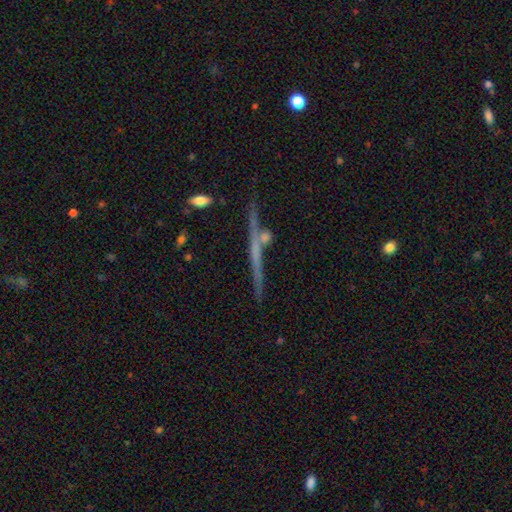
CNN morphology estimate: type=featured or disk (64%); edge-on=yes (95%); edge-on bulge=none (75%); merging=none (76%).